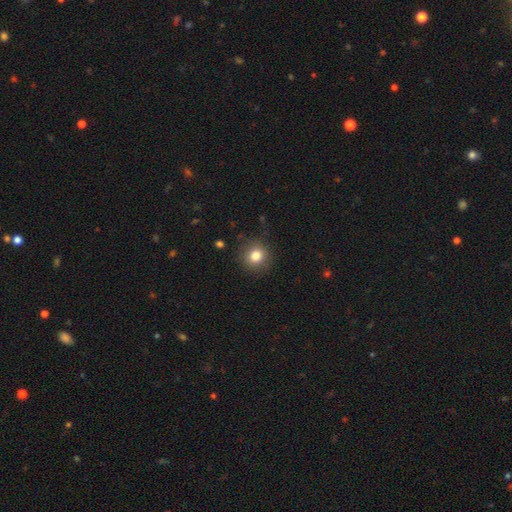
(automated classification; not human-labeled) Smooth or featured? Predicted: smooth (p=0.83). How rounded? Predicted: round (p=0.87). Merging? Predicted: none (p=0.87).